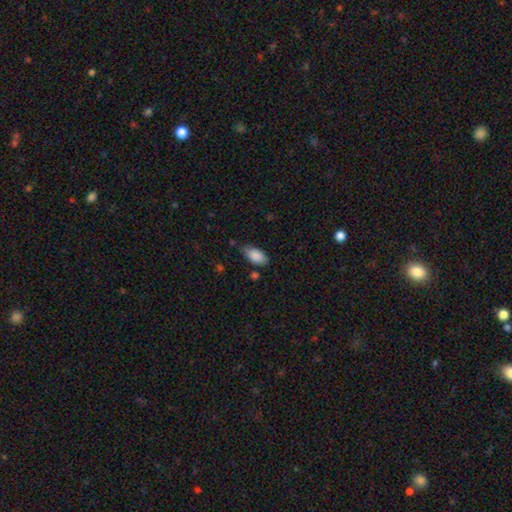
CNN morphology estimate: Q: Smooth or featured?
A: smooth (88%); runner-up: star or artifact (7%)
Q: How rounded?
A: in between (93%); runner-up: cigar-shaped (5%)
Q: Merging?
A: none (69%); runner-up: minor disturbance (23%)